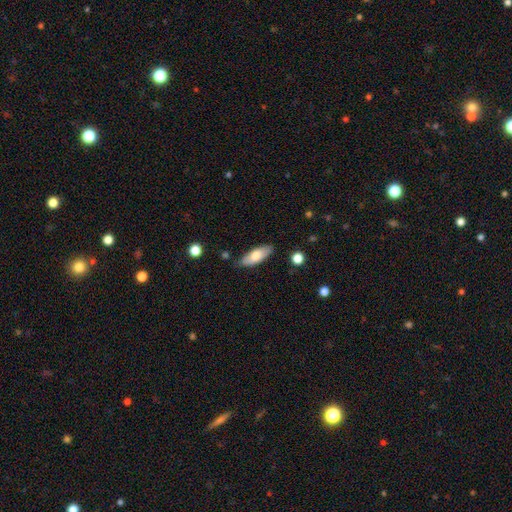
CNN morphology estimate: This is likely a smooth galaxy (73%). How rounded: likely in between (76%). Merging: clearly none (80%).